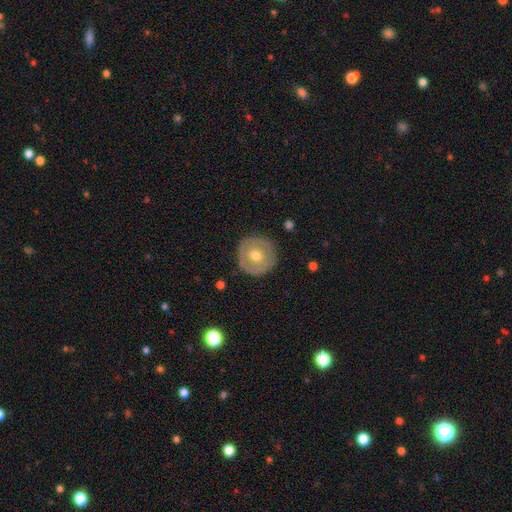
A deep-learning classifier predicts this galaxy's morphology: Smooth or featured? smooth (49%)
Merging? none (85%)